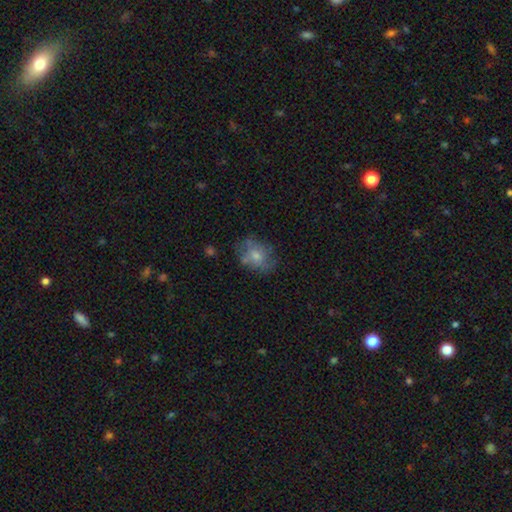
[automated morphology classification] A smooth galaxy with no disk features (59%) that is in between round and cigar-shaped (56%).

Vote fractions:
- Smooth or featured? smooth: 59% / featured or disk: 33% / star or artifact: 9%
- How rounded? in between: 56% / round: 43% / cigar-shaped: 1%
- Merging? none: 57% / minor disturbance: 25% / major disturbance: 13% / merger: 5%